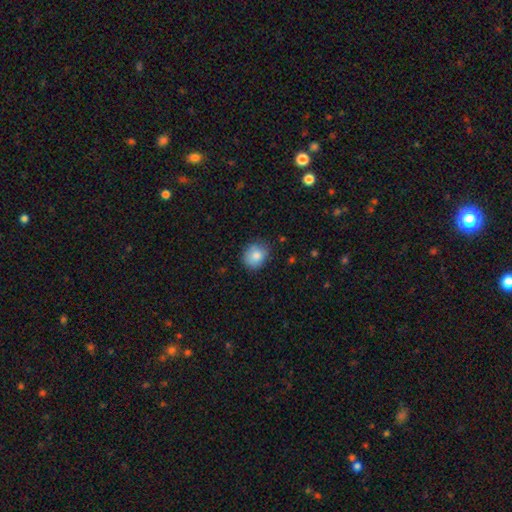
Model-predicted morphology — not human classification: Smooth or featured: smooth — 85% (star or artifact — 8%)
How rounded: round — 62% (in between — 37%)
Merging: none — 79% (minor disturbance — 17%)